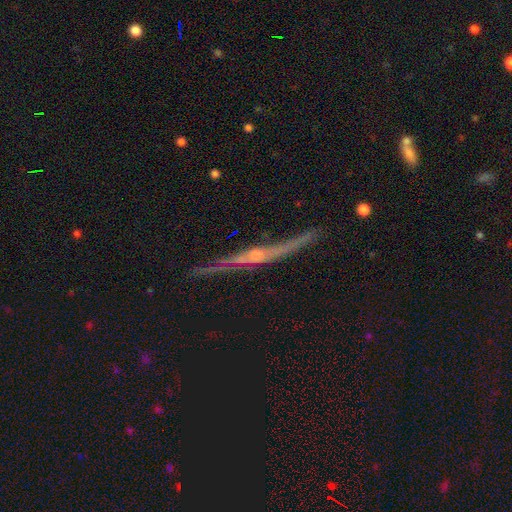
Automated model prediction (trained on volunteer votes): This is likely a featured or disk galaxy (78%). It is clearly viewed edge-on (93%). Edge-on bulge: possibly rounded (56%). Merging: likely none (75%).